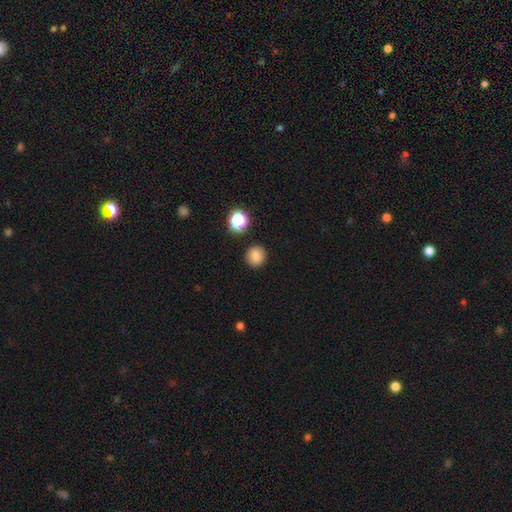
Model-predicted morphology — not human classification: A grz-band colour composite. It shows a smooth galaxy with no disk features (83%) that is round (87%). Merging: none (89%).